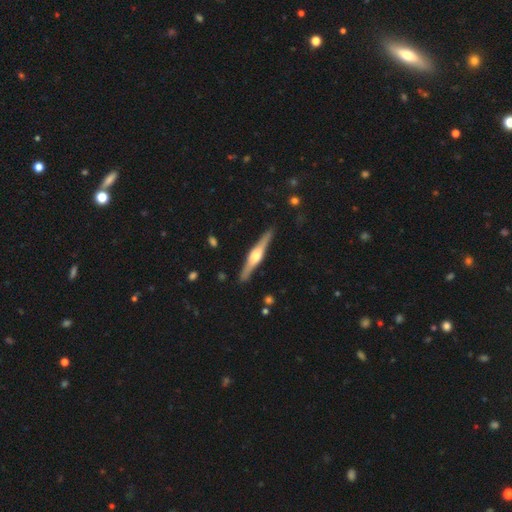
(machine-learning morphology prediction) Smooth or featured? featured or disk (77%)
Edge-on disk? yes (98%)
Edge-on bulge? rounded (92%)
Merging? none (90%)